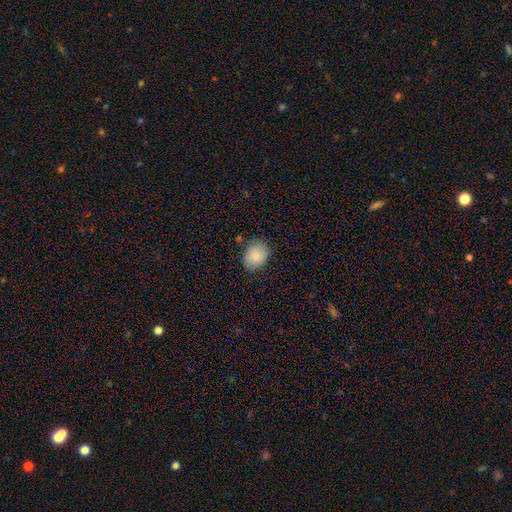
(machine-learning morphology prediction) The model was most divided on "how rounded": in between: 56%, round: 44%, cigar-shaped: 1%. More confident: smooth or featured — smooth (84%); merging — none (79%).